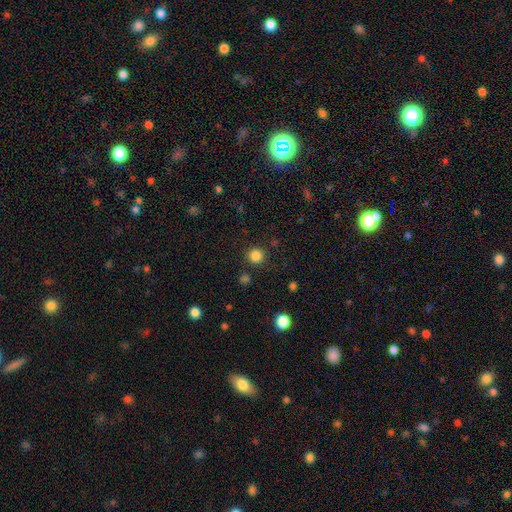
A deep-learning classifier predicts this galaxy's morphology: type=smooth (84%); roundness=round (94%); merging=none (89%).